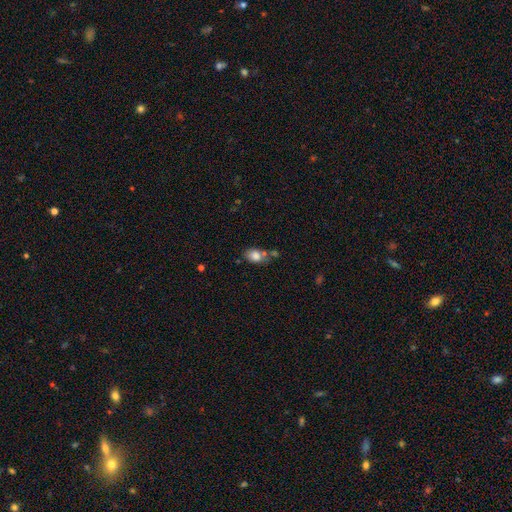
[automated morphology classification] This is likely a smooth galaxy (80%). How rounded: likely in between (78%). Merging: possibly none (51%).